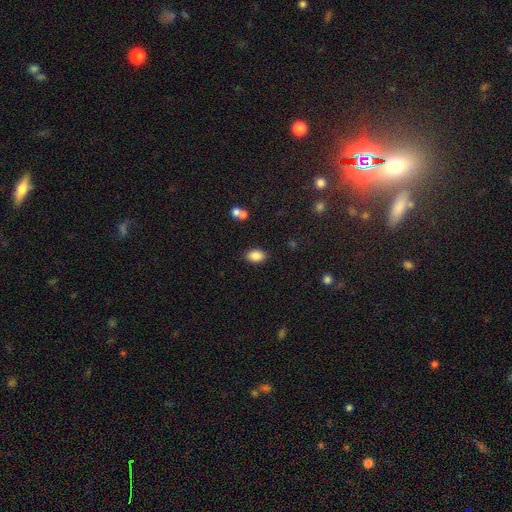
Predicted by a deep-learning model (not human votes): Smooth or featured?
  - smooth: 86% *
  - star or artifact: 8%
  - featured or disk: 6%
How rounded?
  - in between: 86% *
  - round: 13%
  - cigar-shaped: 1%
Merging?
  - none: 84% *
  - minor disturbance: 10%
  - merger: 3%
  - major disturbance: 3%